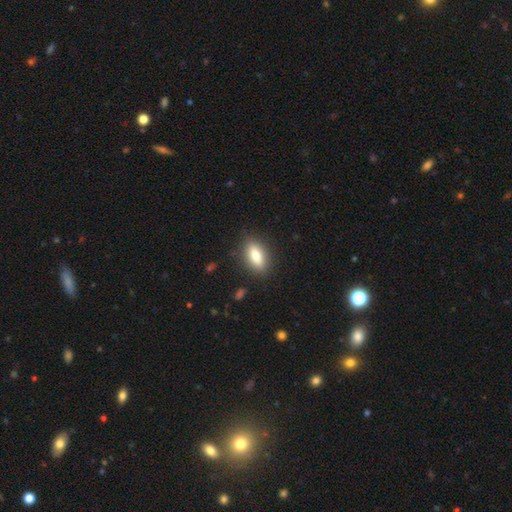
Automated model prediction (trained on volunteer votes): Smooth or featured: smooth — 78% (featured or disk — 14%)
How rounded: in between — 77% (cigar-shaped — 18%)
Merging: none — 86% (minor disturbance — 10%)